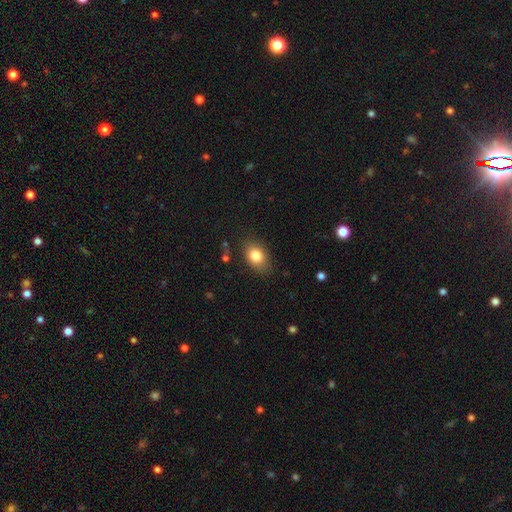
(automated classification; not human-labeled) Overall: smooth (81%). How rounded: in between (77%). Merging: none (82%).